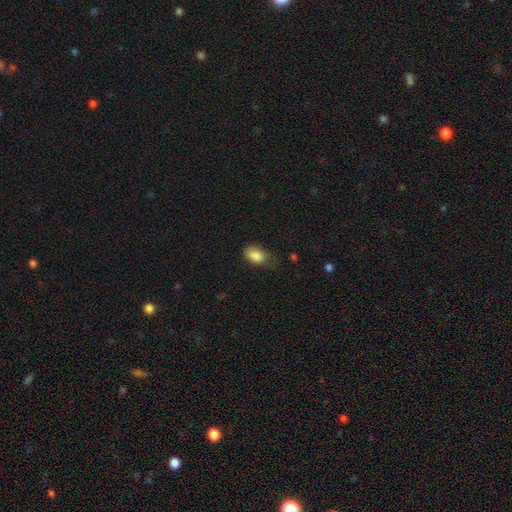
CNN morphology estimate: Q: Smooth or featured?
A: smooth (86%); runner-up: star or artifact (8%)
Q: How rounded?
A: in between (89%); runner-up: round (9%)
Q: Merging?
A: none (57%); runner-up: minor disturbance (32%)